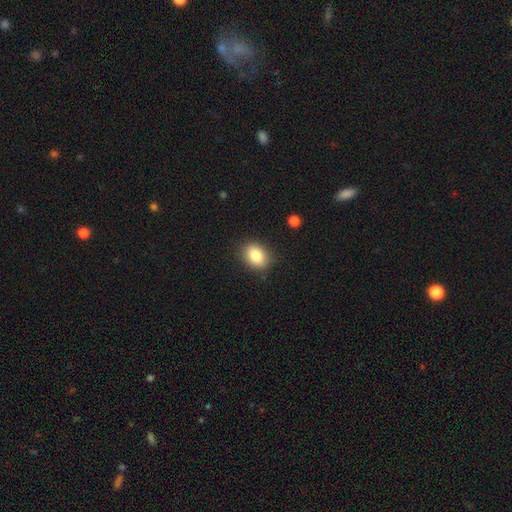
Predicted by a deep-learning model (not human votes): smooth-or-featured: smooth: 86% | star or artifact: 8% | featured or disk: 6%
  how-rounded: in between: 73% | round: 26% | cigar-shaped: 1%
  merging: none: 85% | minor disturbance: 11% | major disturbance: 3% | merger: 1%